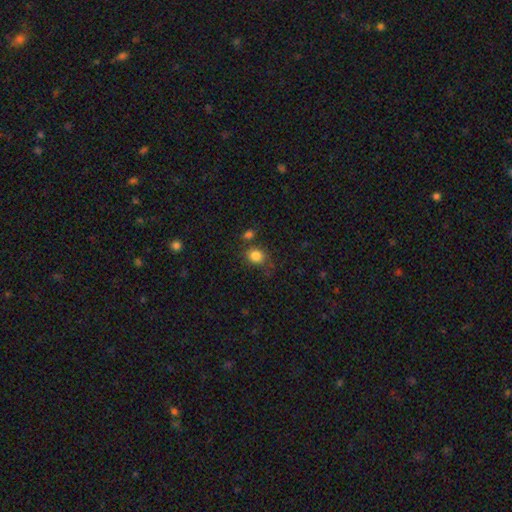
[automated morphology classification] Smooth or featured? Predicted: smooth (p=0.83). How rounded? Predicted: round (p=0.71). Merging? Predicted: none (p=0.64).